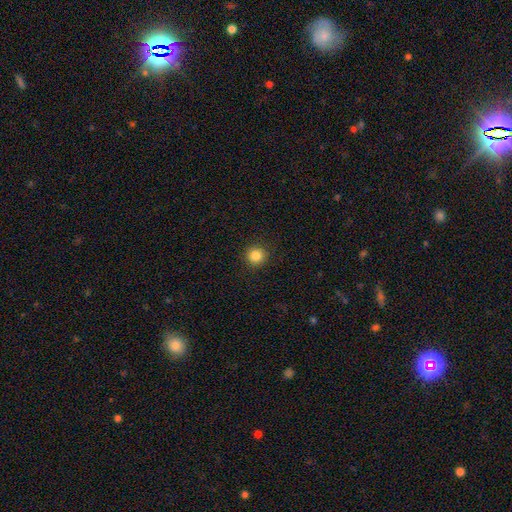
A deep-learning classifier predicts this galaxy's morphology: smooth-or-featured: smooth: 84% | star or artifact: 11% | featured or disk: 4%
  how-rounded: round: 94% | in between: 5% | cigar-shaped: 1%
  merging: none: 92% | minor disturbance: 5% | major disturbance: 2% | merger: 1%